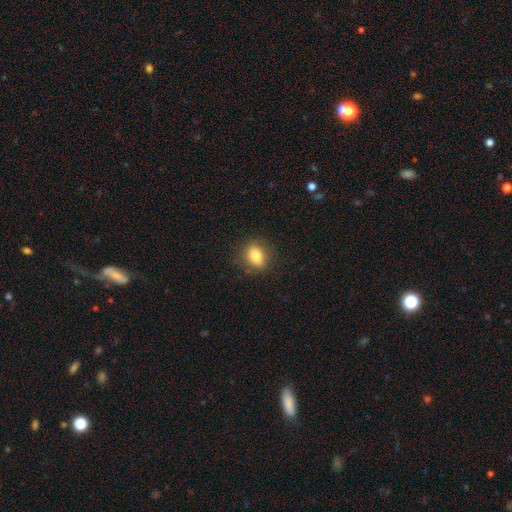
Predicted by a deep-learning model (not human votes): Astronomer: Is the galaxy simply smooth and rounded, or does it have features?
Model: smooth — 82%.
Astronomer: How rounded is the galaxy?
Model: in between — 67%.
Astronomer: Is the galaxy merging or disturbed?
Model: none — 84%.